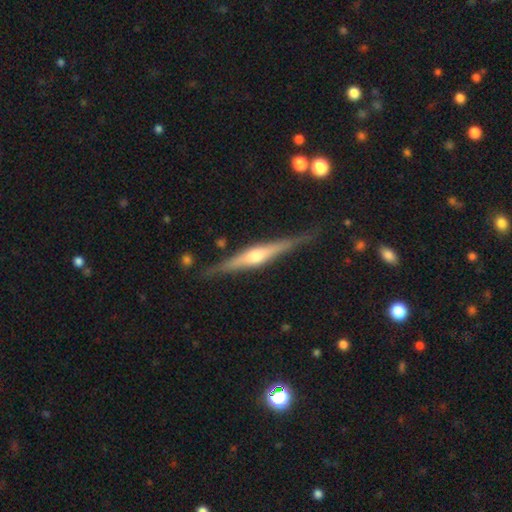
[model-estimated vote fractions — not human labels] featured or disk 77%, smooth 18%, star or artifact 6%. Down the decision tree: edge-on disk — yes (97%); edge-on bulge — rounded (86%); merging — none (85%).